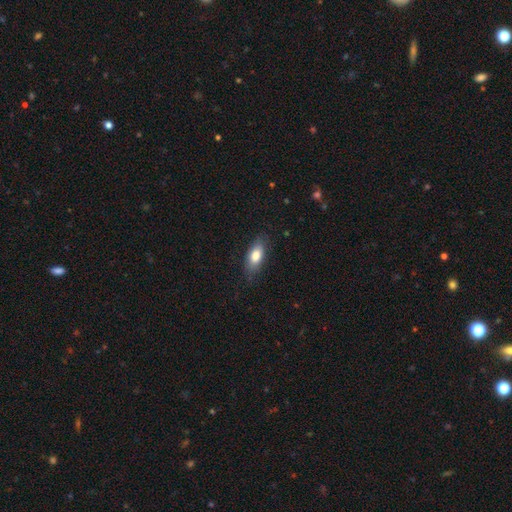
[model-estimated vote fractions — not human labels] smooth-or-featured: smooth: 80% | featured or disk: 14% | star or artifact: 7%
  how-rounded: in between: 83% | cigar-shaped: 13% | round: 4%
  merging: none: 80% | minor disturbance: 15% | major disturbance: 3% | merger: 1%